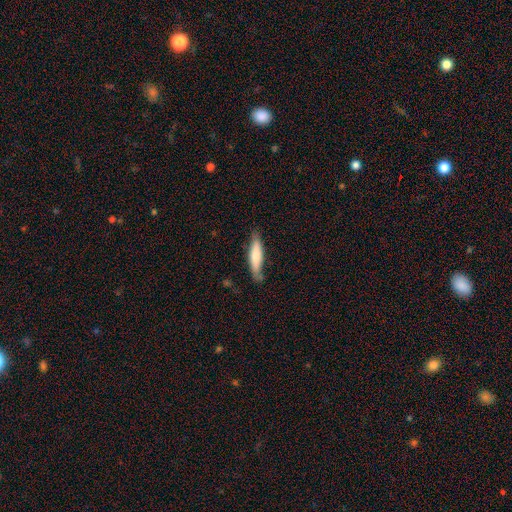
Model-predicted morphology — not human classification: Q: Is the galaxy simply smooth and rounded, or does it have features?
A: smooth — 73%.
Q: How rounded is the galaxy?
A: cigar-shaped — 76%.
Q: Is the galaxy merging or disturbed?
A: none — 73%.